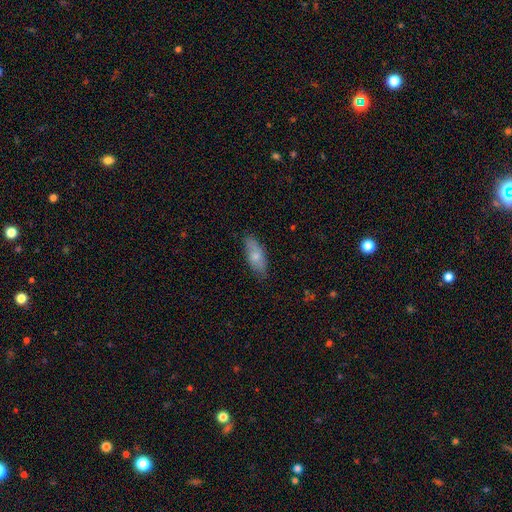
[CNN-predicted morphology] A smooth galaxy with no disk features (72%) that is in between round and cigar-shaped (75%).

Vote fractions:
- Smooth or featured? smooth: 72% / featured or disk: 22% / star or artifact: 6%
- How rounded? in between: 75% / cigar-shaped: 22% / round: 2%
- Merging? none: 76% / minor disturbance: 19% / major disturbance: 4% / merger: 1%